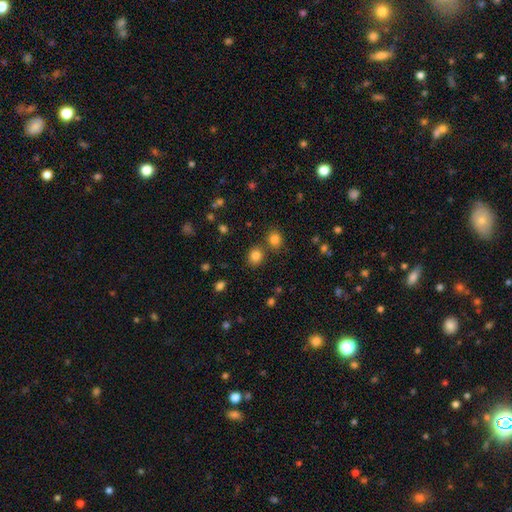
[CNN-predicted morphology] Q: Smooth or featured?
A: smooth (82%); runner-up: star or artifact (13%)
Q: How rounded?
A: round (78%); runner-up: in between (21%)
Q: Merging?
A: none (75%); runner-up: merger (14%)